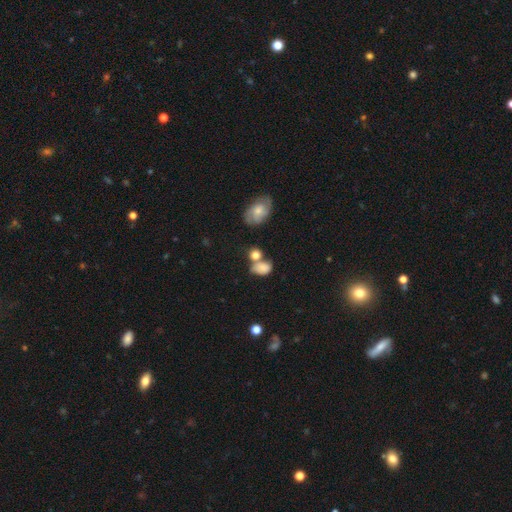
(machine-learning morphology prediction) smooth-or-featured: smooth: 77% | featured or disk: 13% | star or artifact: 10%
  how-rounded: in between: 58% | round: 40% | cigar-shaped: 2%
  merging: none: 41% | merger: 35% | minor disturbance: 16% | major disturbance: 8%